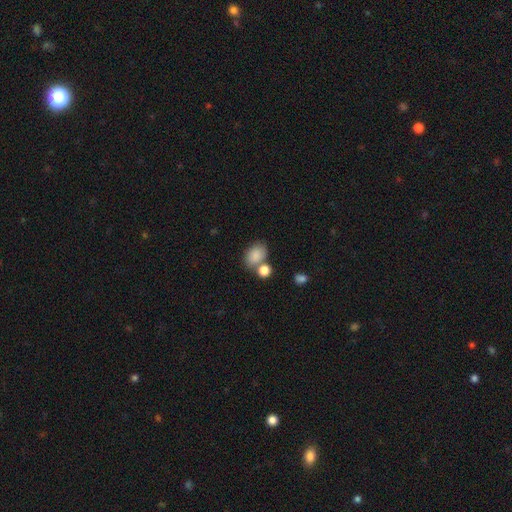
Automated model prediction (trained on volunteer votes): A smooth galaxy with no disk features (85%) that is in between round and cigar-shaped (75%). Merging: none (55%).